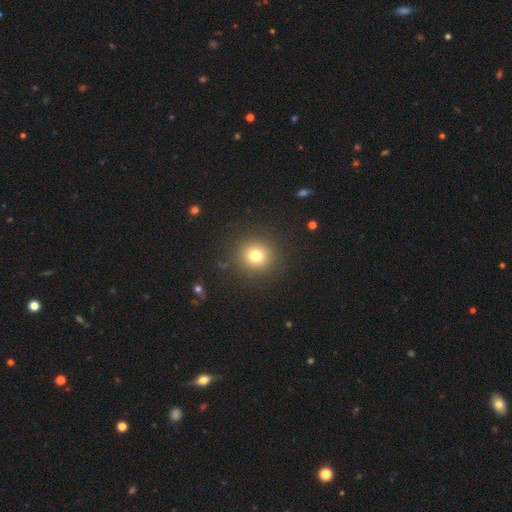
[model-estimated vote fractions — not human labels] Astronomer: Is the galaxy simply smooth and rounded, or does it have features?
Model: smooth — 77%.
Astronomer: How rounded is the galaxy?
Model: round — 92%.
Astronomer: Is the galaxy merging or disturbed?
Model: none — 90%.